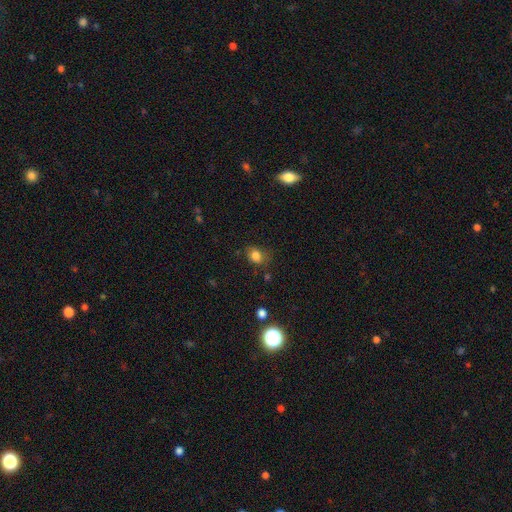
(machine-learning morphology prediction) Overall: smooth (81%). How rounded: in between (54%; round 45%). Merging: none (68%).